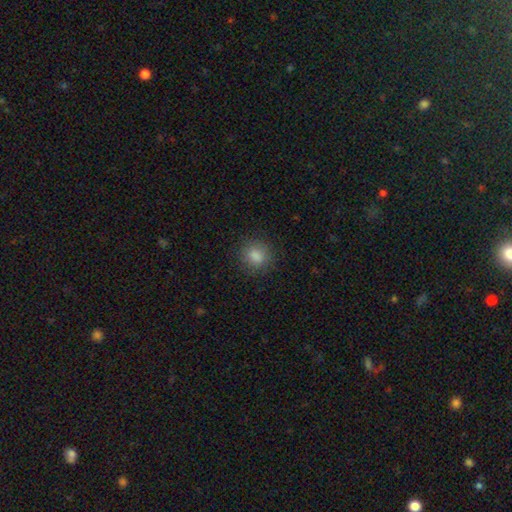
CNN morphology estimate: smooth-or-featured: smooth: 85% | star or artifact: 11% | featured or disk: 5%
  how-rounded: round: 82% | in between: 17% | cigar-shaped: 1%
  merging: none: 87% | minor disturbance: 9% | major disturbance: 3% | merger: 1%